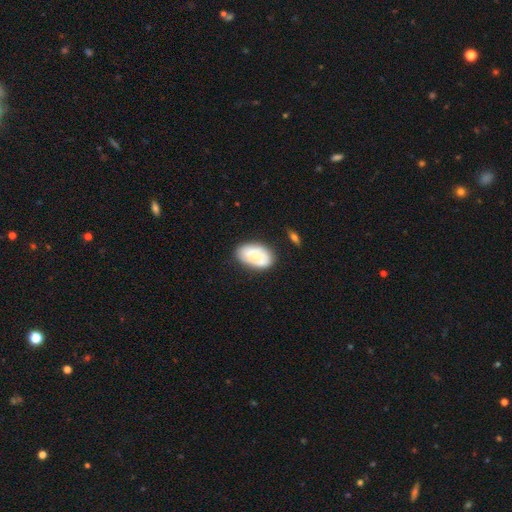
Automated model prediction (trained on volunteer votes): Q: Smooth or featured?
A: smooth (53%); runner-up: featured or disk (40%)
Q: How rounded?
A: in between (90%); runner-up: round (9%)
Q: Merging?
A: none (72%); runner-up: minor disturbance (19%)